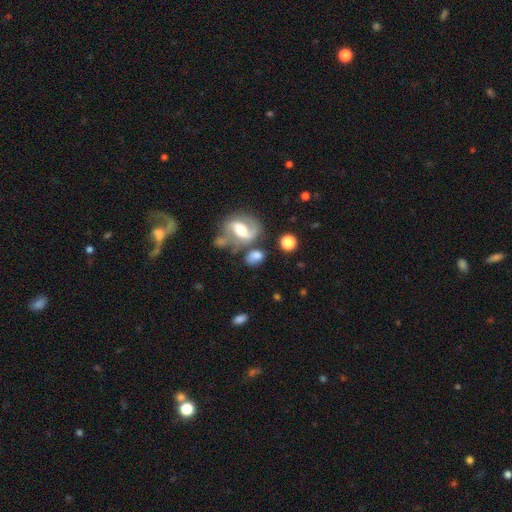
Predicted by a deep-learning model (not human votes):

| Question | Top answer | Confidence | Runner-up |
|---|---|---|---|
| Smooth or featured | smooth | 52% | featured or disk (37%) |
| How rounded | in between | 56% | round (42%) |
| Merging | none | 48% | merger (20%) |